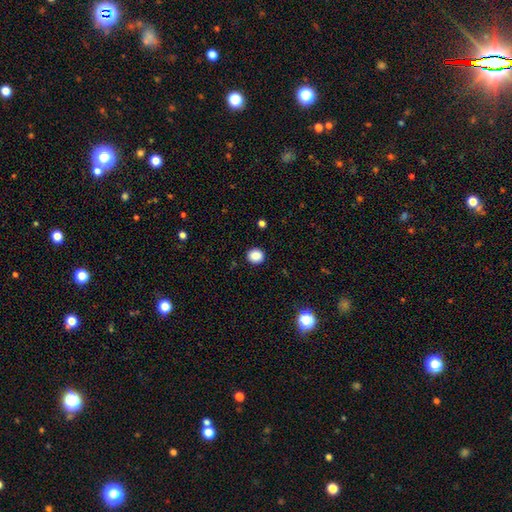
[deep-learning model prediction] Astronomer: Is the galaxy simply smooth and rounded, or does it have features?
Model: smooth — 87%.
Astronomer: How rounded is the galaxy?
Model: round — 82%.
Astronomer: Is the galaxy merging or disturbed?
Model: none — 91%.